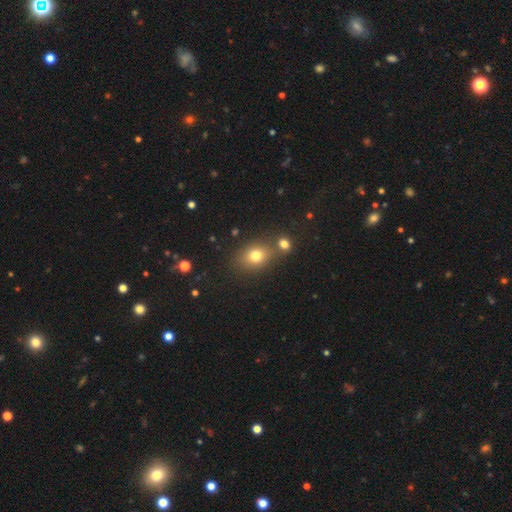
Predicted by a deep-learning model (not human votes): Morphology: type=smooth (75%); roundness=in between (51%); merging=none (64%).